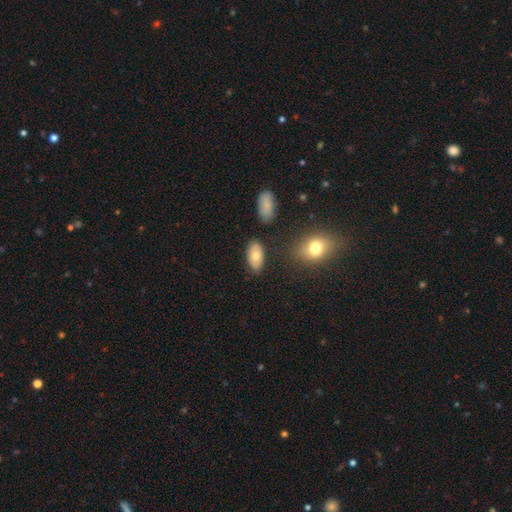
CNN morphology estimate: Smooth or featured? Predicted: smooth (p=0.76). How rounded? Predicted: in between (p=0.93). Merging? Predicted: none (p=0.81).